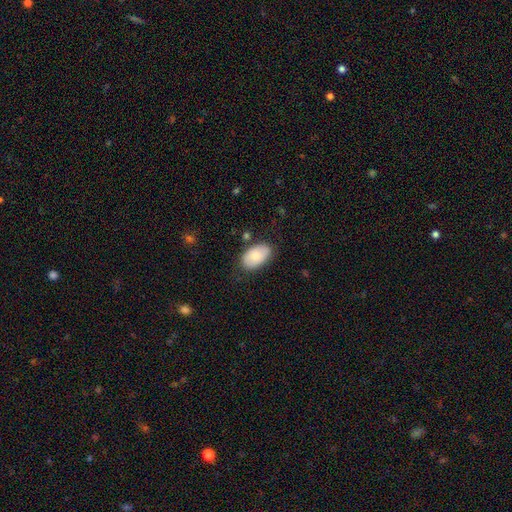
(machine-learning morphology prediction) The model was most divided on "smooth or featured": smooth: 76%, featured or disk: 18%, star or artifact: 6%. More confident: how rounded — in between (93%); merging — none (77%).